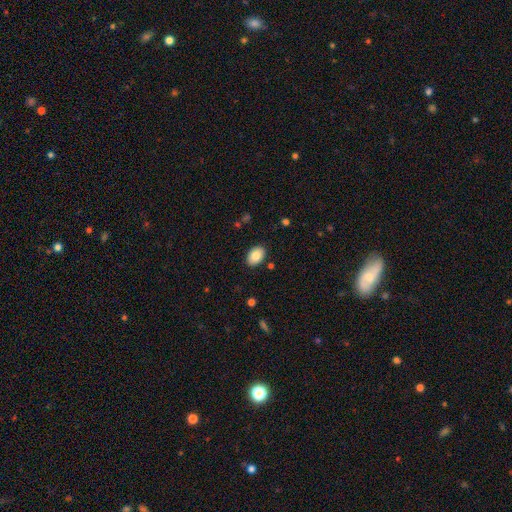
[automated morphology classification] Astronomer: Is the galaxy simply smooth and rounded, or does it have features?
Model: smooth — 85%.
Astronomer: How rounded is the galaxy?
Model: in between — 87%.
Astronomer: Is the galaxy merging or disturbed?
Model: none — 88%.